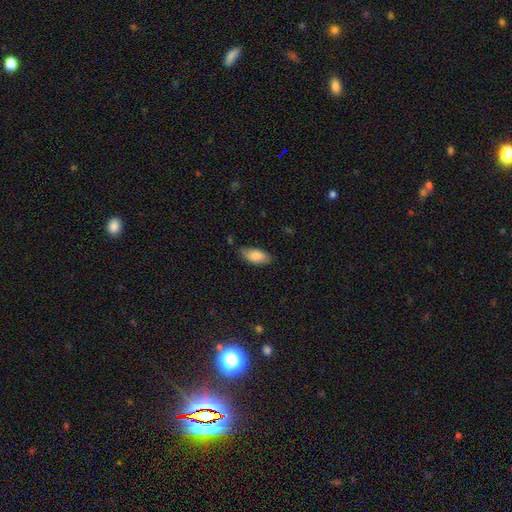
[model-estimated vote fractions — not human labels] Smooth or featured? Predicted: smooth (p=0.84). How rounded? Predicted: in between (p=0.90). Merging? Predicted: none (p=0.70).